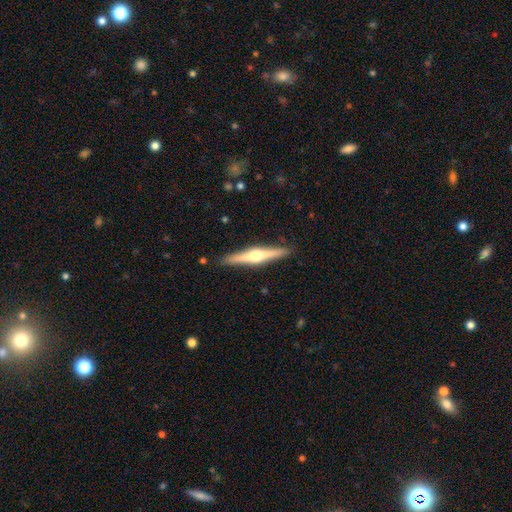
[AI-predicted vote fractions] The model was most divided on "smooth or featured": featured or disk: 73%, smooth: 22%, star or artifact: 5%. More confident: edge-on disk — yes (98%); edge-on bulge — rounded (95%); merging — none (90%).